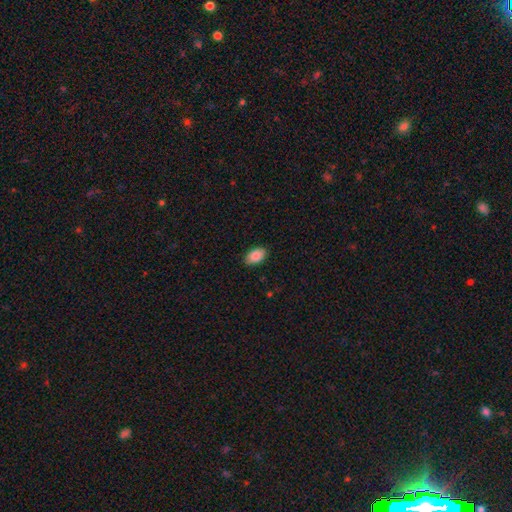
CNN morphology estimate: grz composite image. It shows a smooth galaxy with no disk features (88%) that is in between round and cigar-shaped (93%). Merging: none (88%).